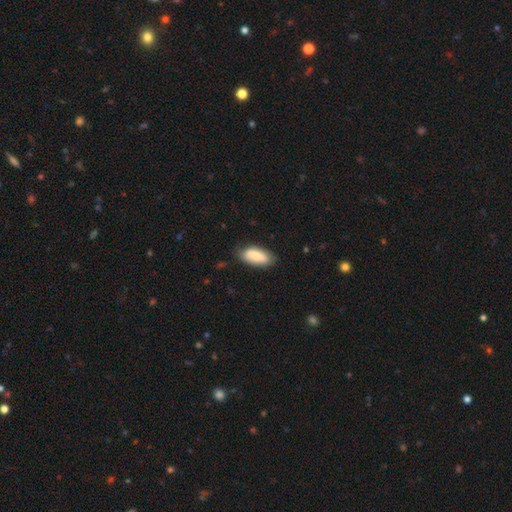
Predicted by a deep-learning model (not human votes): Smooth or featured? Predicted: smooth (p=0.78). How rounded? Predicted: in between (p=0.87). Merging? Predicted: none (p=0.76).